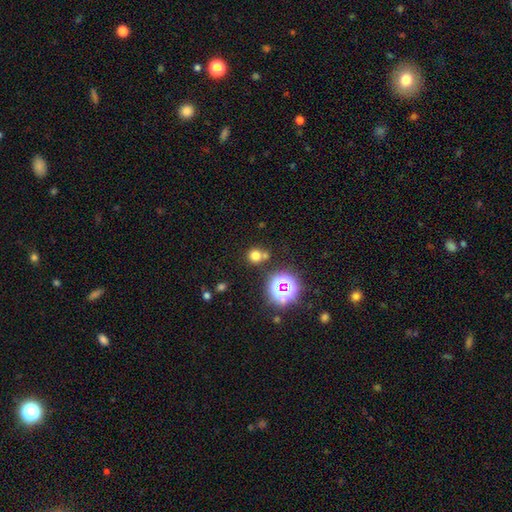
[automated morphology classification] Q: Smooth or featured?
A: smooth (68%); runner-up: star or artifact (25%)
Q: How rounded?
A: round (89%); runner-up: in between (10%)
Q: Merging?
A: none (66%); runner-up: merger (21%)